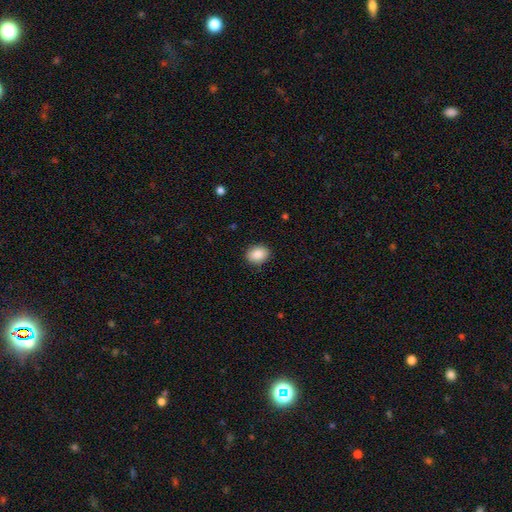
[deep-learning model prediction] A smooth galaxy with no disk features (88%) that is in between round and cigar-shaped (55%).

Vote fractions:
- Smooth or featured? smooth: 88% / star or artifact: 8% / featured or disk: 4%
- How rounded? in between: 55% / round: 44% / cigar-shaped: 1%
- Merging? none: 88% / minor disturbance: 9% / major disturbance: 2% / merger: 1%